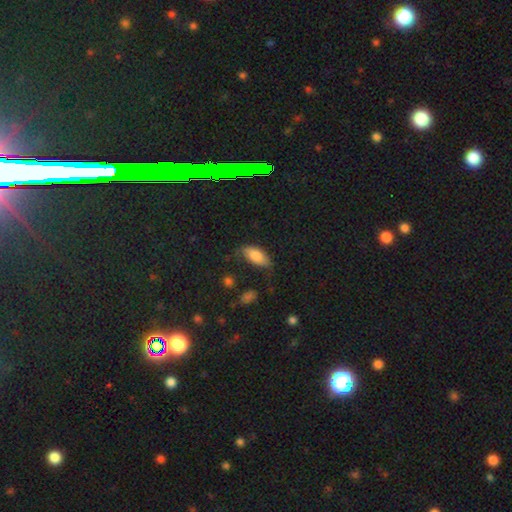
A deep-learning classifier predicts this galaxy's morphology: Smooth or featured? smooth (81%)
How rounded? in between (87%)
Merging? none (64%)